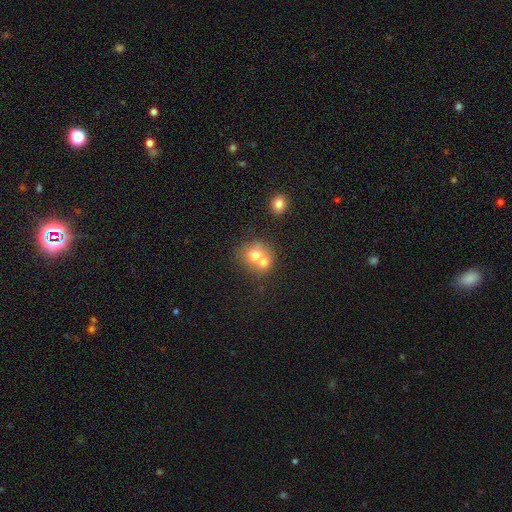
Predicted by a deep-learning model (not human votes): Q: Smooth or featured?
A: smooth (67%); runner-up: featured or disk (22%)
Q: How rounded?
A: round (78%); runner-up: in between (21%)
Q: Merging?
A: merger (59%); runner-up: none (31%)